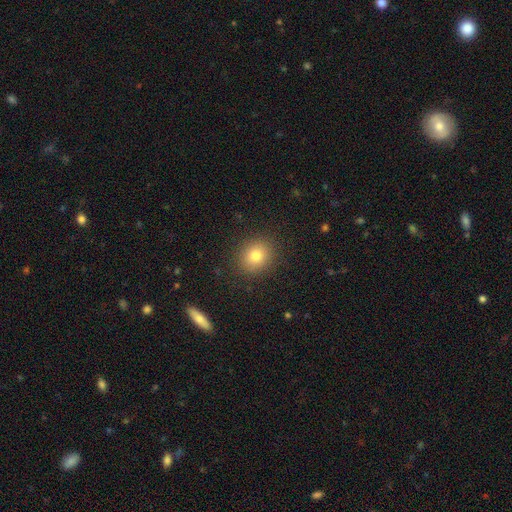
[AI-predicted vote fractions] Morphology: type=smooth (79%); roundness=round (76%); merging=none (89%).